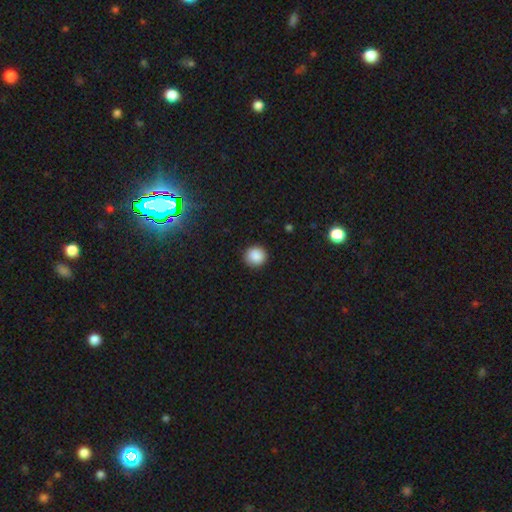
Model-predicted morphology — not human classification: The model was most divided on "smooth or featured": smooth: 88%, star or artifact: 9%, featured or disk: 3%. More confident: how rounded — round (92%); merging — none (91%).